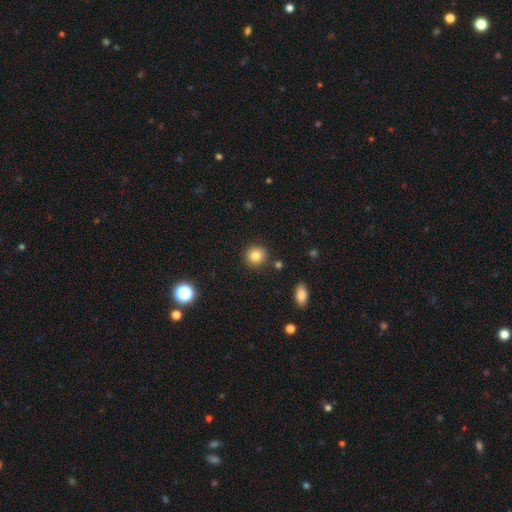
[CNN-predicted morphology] Smooth or featured? smooth (83%)
How rounded? round (88%)
Merging? none (87%)